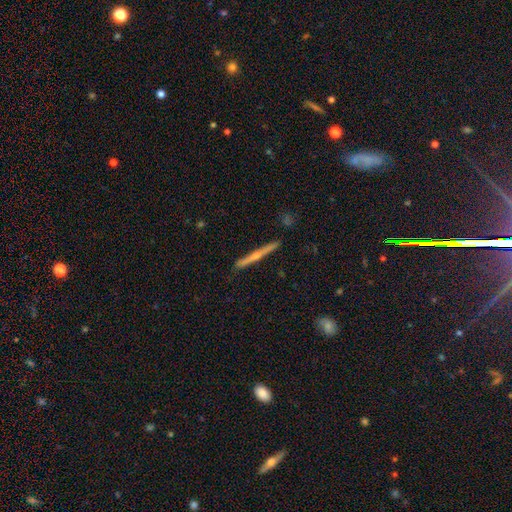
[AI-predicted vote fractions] This is likely a featured or disk galaxy (69%). It is clearly viewed edge-on (98%). Edge-on bulge: likely rounded (76%). Merging: clearly none (90%).